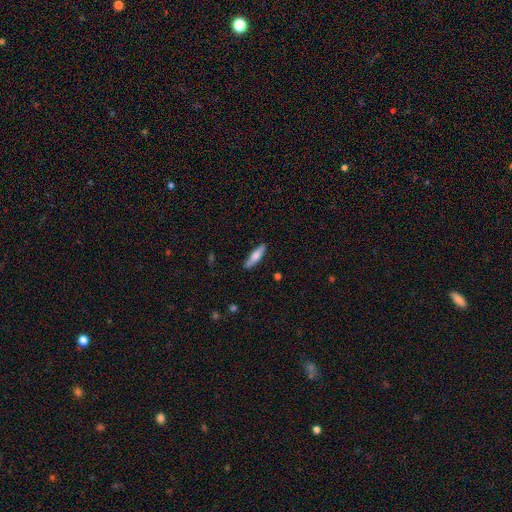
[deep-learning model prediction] Overall: smooth (71%). How rounded: cigar-shaped (73%). Merging: none (86%).